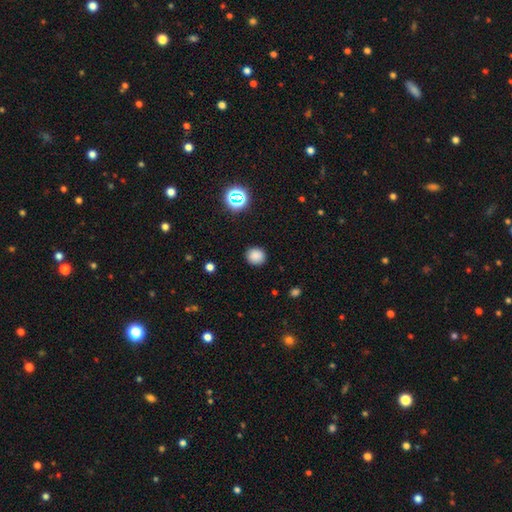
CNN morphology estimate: Q: Smooth or featured?
A: smooth (83%); runner-up: star or artifact (13%)
Q: How rounded?
A: round (87%); runner-up: in between (12%)
Q: Merging?
A: none (90%); runner-up: minor disturbance (6%)